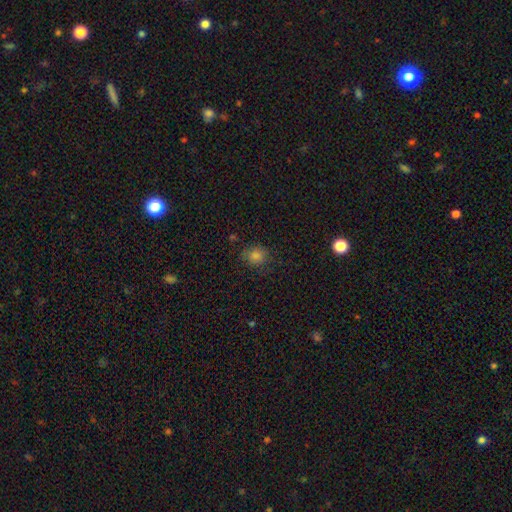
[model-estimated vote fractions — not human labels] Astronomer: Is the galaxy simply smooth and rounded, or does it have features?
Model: smooth — 77%.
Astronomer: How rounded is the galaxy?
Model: round — 73%.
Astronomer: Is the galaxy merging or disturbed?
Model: none — 79%.